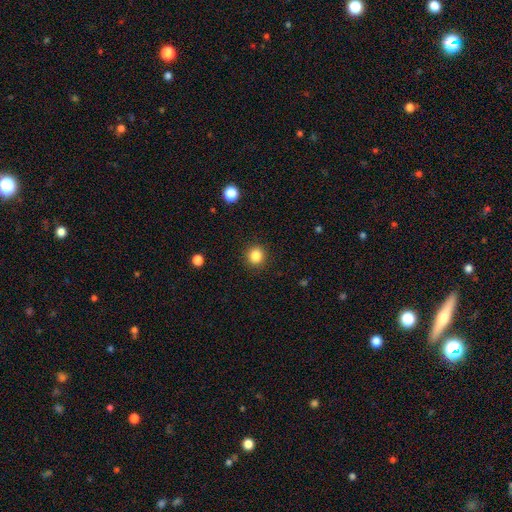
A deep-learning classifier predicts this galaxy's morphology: smooth-or-featured: smooth: 85% | star or artifact: 11% | featured or disk: 4%
  how-rounded: round: 90% | in between: 9% | cigar-shaped: 1%
  merging: none: 91% | minor disturbance: 6% | major disturbance: 2% | merger: 1%